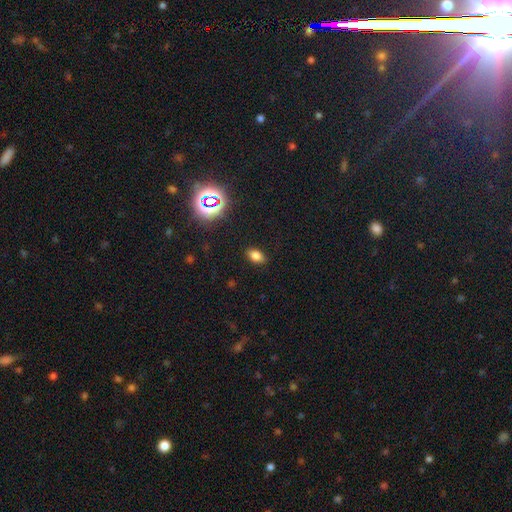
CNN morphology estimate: The model was most divided on "smooth or featured": smooth: 75%, star or artifact: 17%, featured or disk: 8%. More confident: merging — none (88%); how rounded — in between (87%).